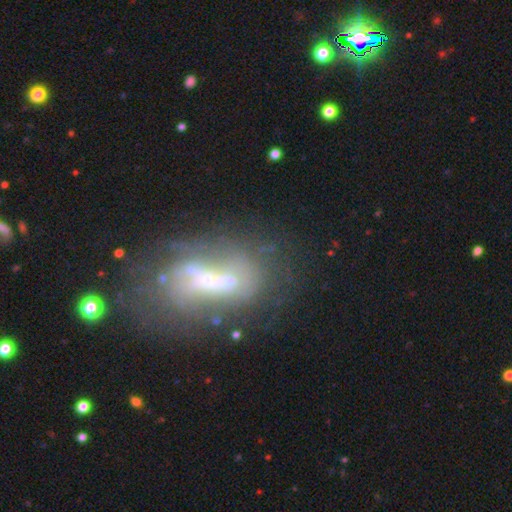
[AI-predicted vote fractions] Smooth or featured: featured or disk — 60% (smooth — 26%)
Edge-on disk: no — 88% (yes — 12%)
Bar: no — 49% (weak — 29%)
Spiral arms: no — 62% (yes — 38%)
Bulge size: small — 48% (none — 25%)
Merging: none — 46% (major disturbance — 22%)